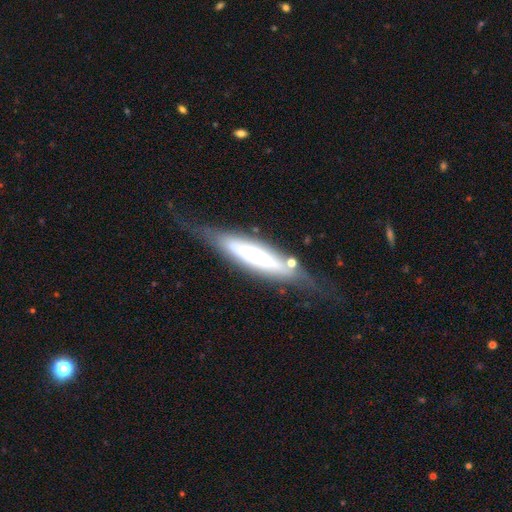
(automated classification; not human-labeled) A featured or disk galaxy (62%) viewed edge-on (64%).

Vote fractions:
- Smooth or featured? featured or disk: 62% / smooth: 31% / star or artifact: 7%
- Edge-on disk? yes: 64% / no: 36%
- Merging? none: 59% / minor disturbance: 23% / major disturbance: 14% / merger: 4%